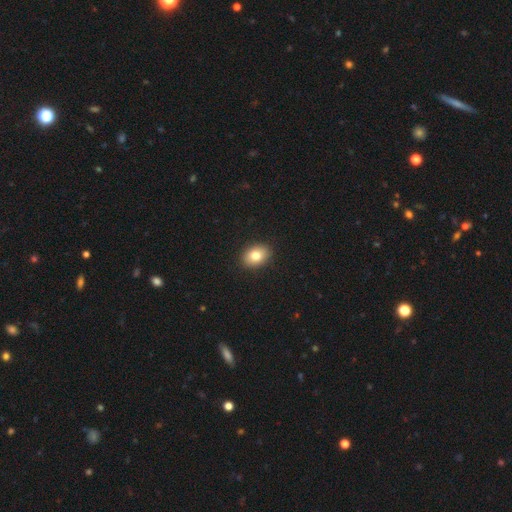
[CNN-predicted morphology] Q: Smooth or featured?
A: smooth (81%); runner-up: featured or disk (11%)
Q: How rounded?
A: in between (72%); runner-up: round (27%)
Q: Merging?
A: none (91%); runner-up: minor disturbance (7%)